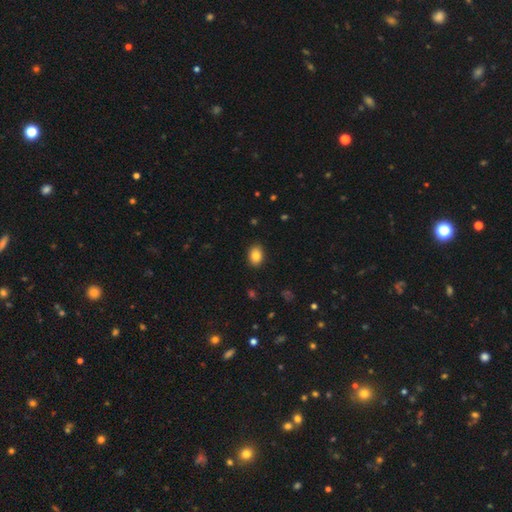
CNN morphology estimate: A smooth galaxy with no disk features (85%) that is in between round and cigar-shaped (74%).

Vote fractions:
- Smooth or featured? smooth: 85% / star or artifact: 9% / featured or disk: 6%
- How rounded? in between: 74% / round: 25% / cigar-shaped: 1%
- Merging? none: 89% / minor disturbance: 8% / major disturbance: 2% / merger: 1%